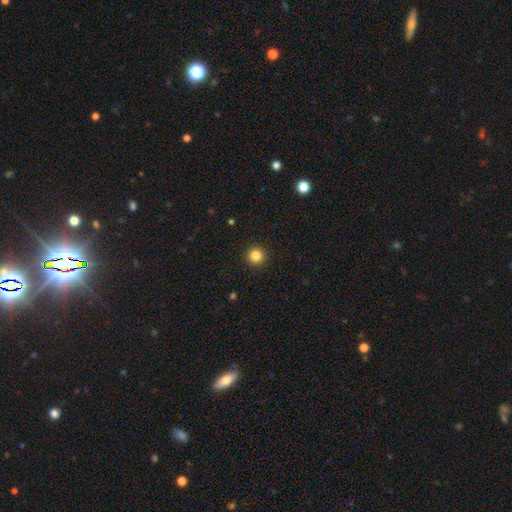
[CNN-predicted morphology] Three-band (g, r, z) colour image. It shows a smooth galaxy with no disk features (84%) that is round (96%). Merging: none (93%).